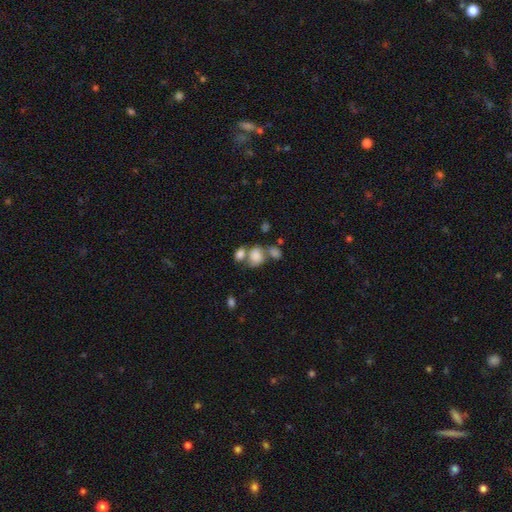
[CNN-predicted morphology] Smooth or featured? Predicted: smooth (p=0.75). How rounded? Predicted: in between (p=0.60). Merging? Predicted: merger (p=0.50).